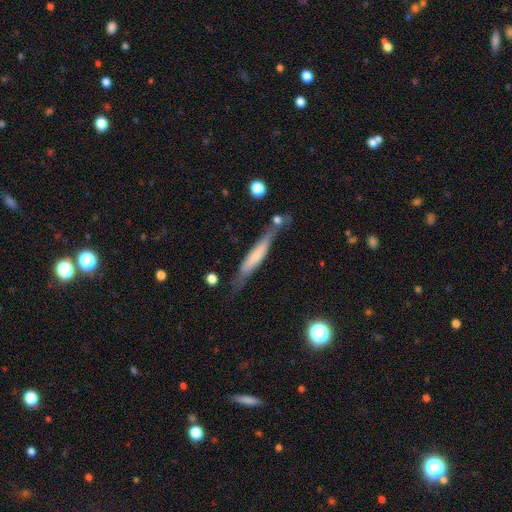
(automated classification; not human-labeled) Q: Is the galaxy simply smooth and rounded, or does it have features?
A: smooth — 50%.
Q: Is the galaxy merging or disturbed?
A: none — 65%.